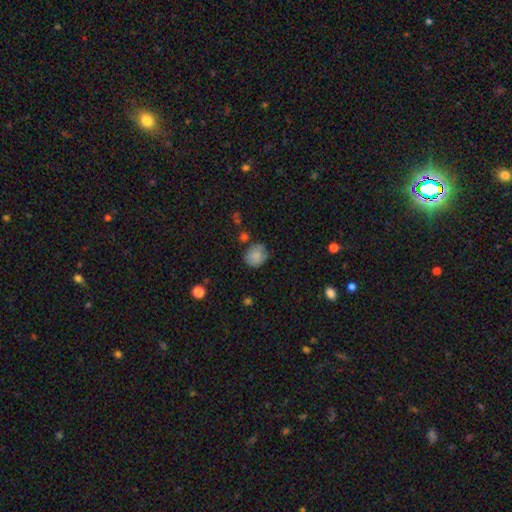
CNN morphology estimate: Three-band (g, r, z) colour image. It shows a smooth galaxy with no disk features (80%) that is round (71%). Merging: none (68%).